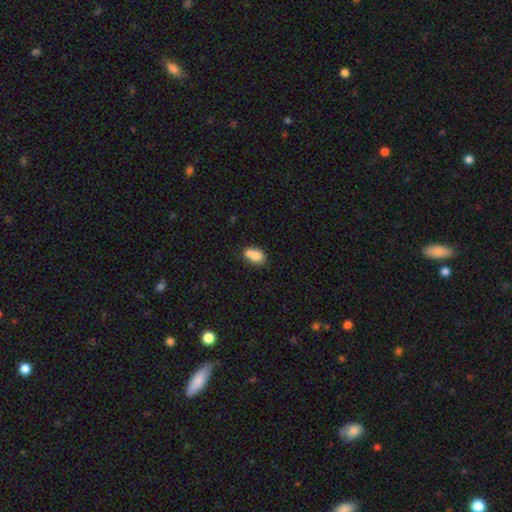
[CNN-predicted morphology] Smooth or featured? Predicted: smooth (p=0.72). How rounded? Predicted: in between (p=0.62). Merging? Predicted: merger (p=0.55).